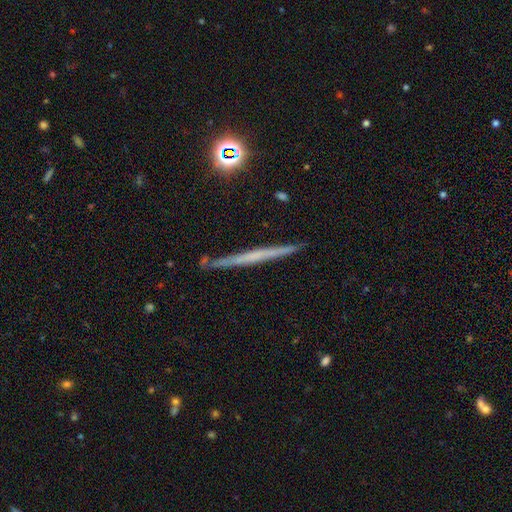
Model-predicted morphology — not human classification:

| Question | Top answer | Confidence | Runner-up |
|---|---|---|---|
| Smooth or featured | featured or disk | 56% | smooth (34%) |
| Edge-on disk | yes | 97% | no (3%) |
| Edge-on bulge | none | 84% | rounded (10%) |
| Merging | none | 89% | minor disturbance (8%) |